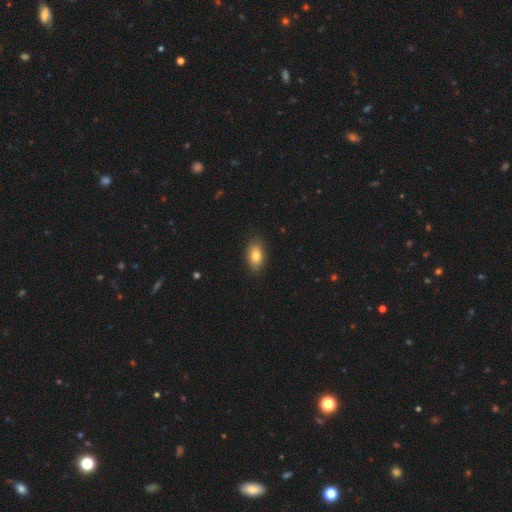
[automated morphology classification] A smooth galaxy with no disk features (80%) that is in between round and cigar-shaped (90%). Merging: none (84%).